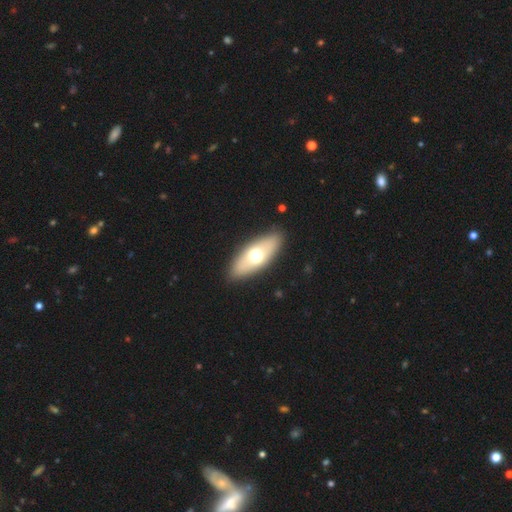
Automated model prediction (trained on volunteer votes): This is possibly a smooth galaxy (58%). How rounded: likely in between (75%). Merging: clearly none (88%).